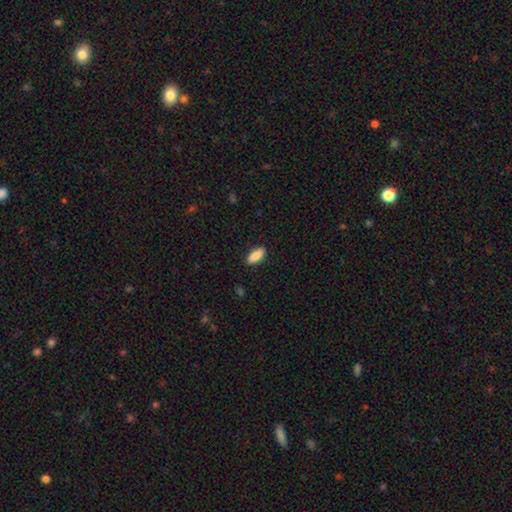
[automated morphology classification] smooth-or-featured: smooth: 87% | star or artifact: 6% | featured or disk: 6%
  how-rounded: in between: 85% | cigar-shaped: 12% | round: 2%
  merging: none: 89% | minor disturbance: 8% | major disturbance: 2% | merger: 1%